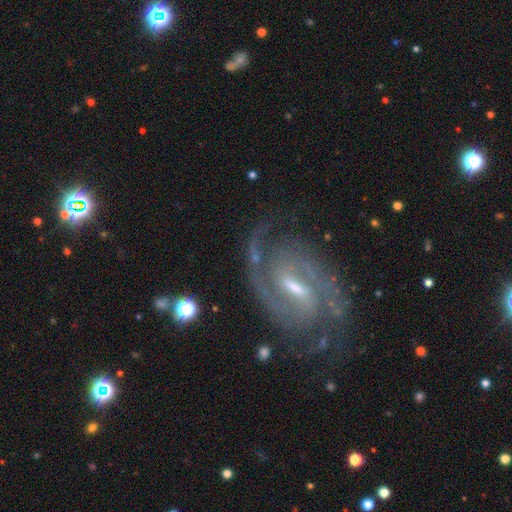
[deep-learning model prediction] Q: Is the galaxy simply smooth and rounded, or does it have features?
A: featured or disk — 91%.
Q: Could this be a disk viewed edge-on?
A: no — 97%.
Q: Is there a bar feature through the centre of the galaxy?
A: weak — 55%.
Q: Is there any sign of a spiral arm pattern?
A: yes — 98%.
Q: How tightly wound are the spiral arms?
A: medium — 49%.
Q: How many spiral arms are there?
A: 2 — 76%.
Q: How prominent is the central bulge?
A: small — 52%.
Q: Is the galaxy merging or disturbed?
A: none — 76%.